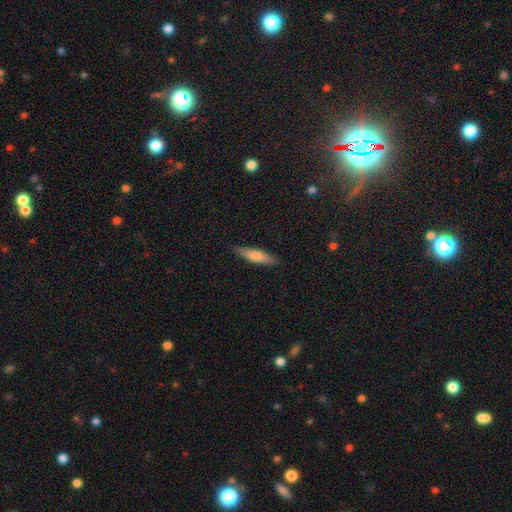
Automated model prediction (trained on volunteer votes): Smooth or featured? smooth (67%)
How rounded? cigar-shaped (75%)
Merging? none (88%)